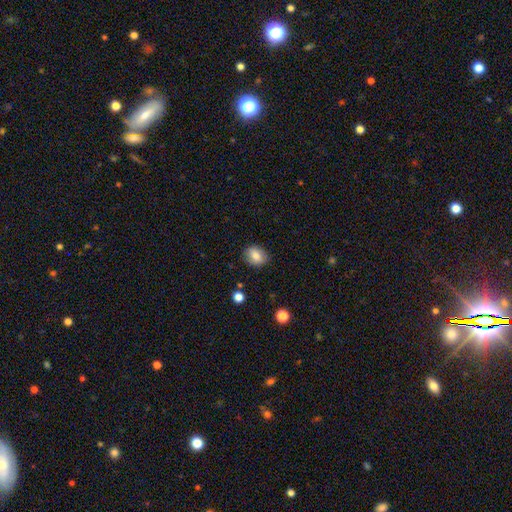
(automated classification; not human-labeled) smooth-or-featured: smooth: 80% | featured or disk: 11% | star or artifact: 9%
  how-rounded: round: 51% | in between: 48% | cigar-shaped: 1%
  merging: none: 84% | minor disturbance: 12% | major disturbance: 3% | merger: 1%